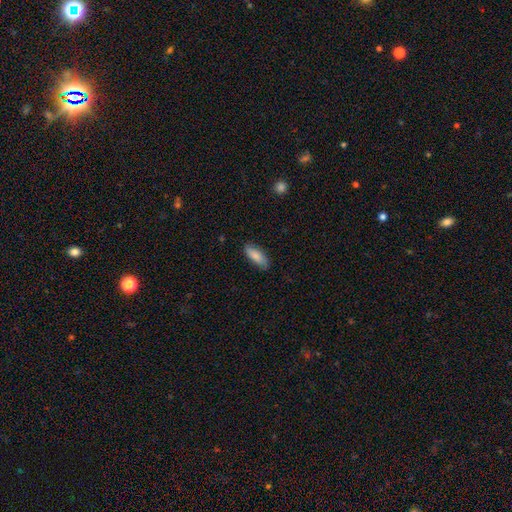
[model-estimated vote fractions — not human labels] The model was most divided on "how rounded": in between: 73%, cigar-shaped: 25%, round: 2%. More confident: smooth or featured — smooth (85%); merging — none (82%).